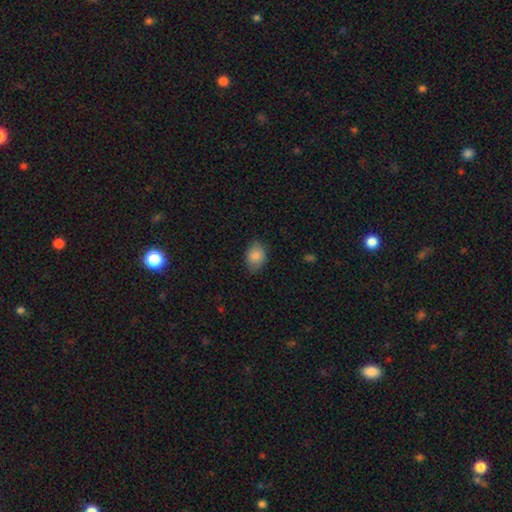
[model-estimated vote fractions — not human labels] Morphology: type=smooth (86%); roundness=in between (68%); merging=none (78%).